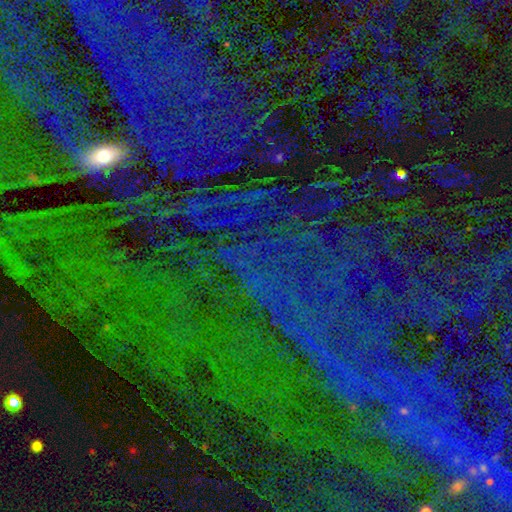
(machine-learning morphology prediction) A star or artifact, not a galaxy (81%).